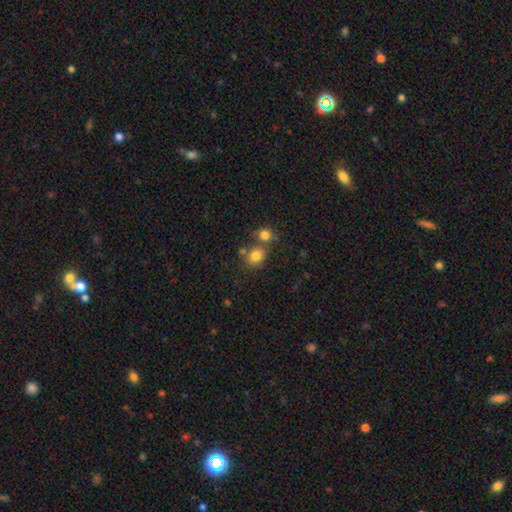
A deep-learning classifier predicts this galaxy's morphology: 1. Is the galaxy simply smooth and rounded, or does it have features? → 80% smooth, 12% star or artifact, 8% featured or disk.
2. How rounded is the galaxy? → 59% round, 40% in between, 1% cigar-shaped.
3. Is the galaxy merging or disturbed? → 54% none, 31% merger, 11% minor disturbance, 4% major disturbance.